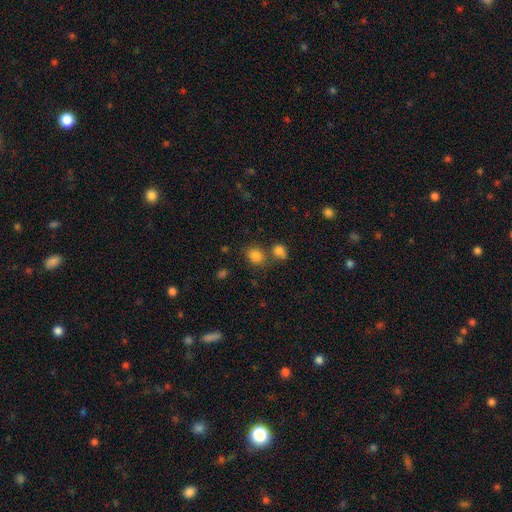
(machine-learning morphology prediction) Q: Smooth or featured?
A: smooth (83%); runner-up: star or artifact (12%)
Q: How rounded?
A: round (62%); runner-up: in between (37%)
Q: Merging?
A: none (64%); runner-up: merger (21%)